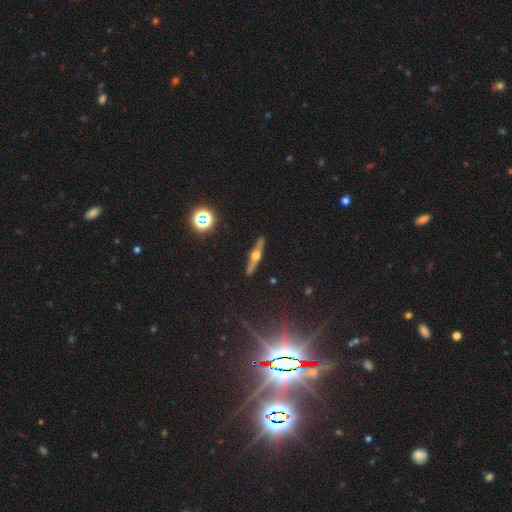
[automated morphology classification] A featured or disk galaxy (69%) viewed edge-on (96%) with a rounded central bulge (95%). Merging: none (90%).